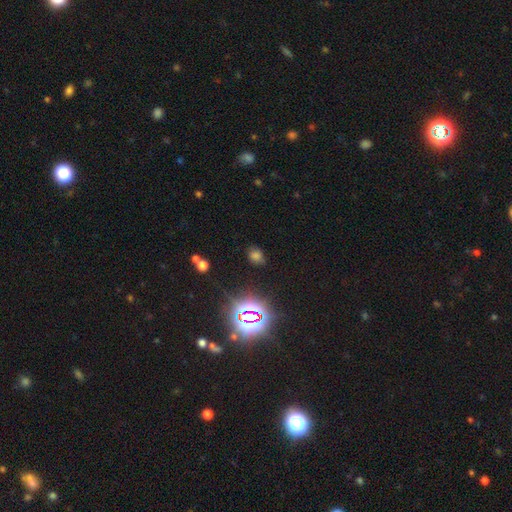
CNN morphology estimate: Smooth or featured?
  - smooth: 55% *
  - star or artifact: 38%
  - featured or disk: 8%
How rounded?
  - in between: 58% *
  - round: 40%
  - cigar-shaped: 2%
Merging?
  - none: 78% *
  - minor disturbance: 14%
  - major disturbance: 5%
  - merger: 3%